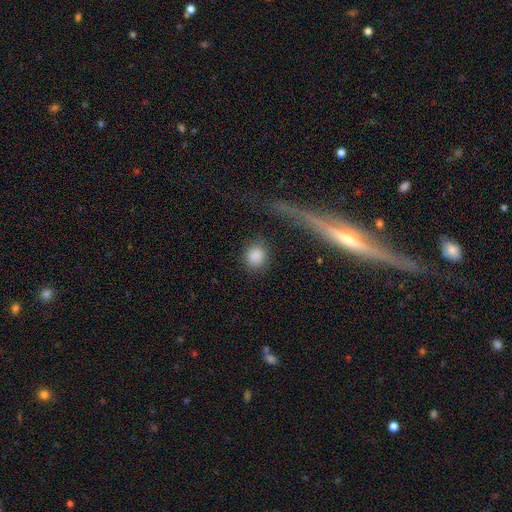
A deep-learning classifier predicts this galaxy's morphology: Q: Smooth or featured?
A: smooth (86%); runner-up: star or artifact (9%)
Q: How rounded?
A: round (83%); runner-up: in between (15%)
Q: Merging?
A: none (76%); runner-up: minor disturbance (12%)